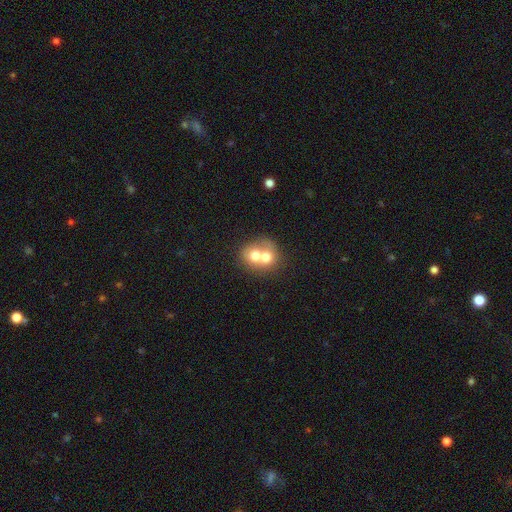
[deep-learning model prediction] Morphology: type=smooth (65%); roundness=round (68%); merging=merger (75%).